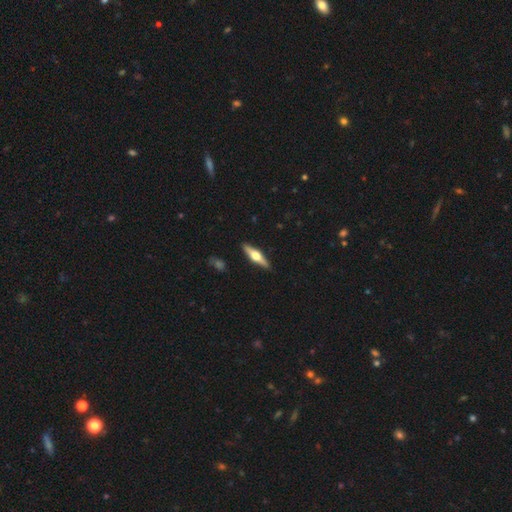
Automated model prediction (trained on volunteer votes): A featured or disk galaxy (66%) viewed edge-on (96%) with a rounded central bulge (96%).

Vote fractions:
- Smooth or featured? featured or disk: 66% / smooth: 29% / star or artifact: 5%
- Edge-on disk? yes: 96% / no: 4%
- Edge-on bulge? rounded: 96% / boxy: 3% / none: 2%
- Merging? none: 90% / minor disturbance: 7% / major disturbance: 2% / merger: 1%